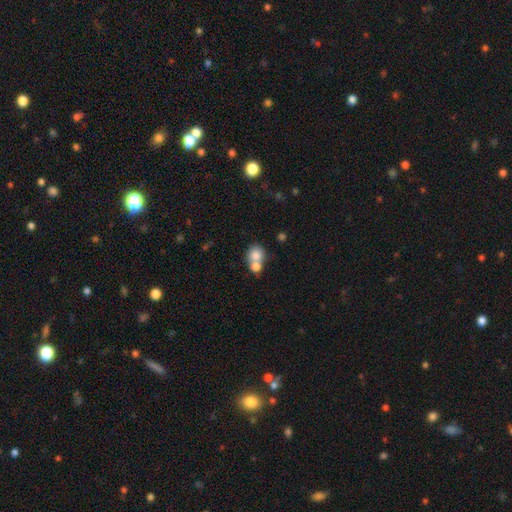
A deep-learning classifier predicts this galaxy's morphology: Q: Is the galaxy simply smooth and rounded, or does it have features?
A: smooth — 78%.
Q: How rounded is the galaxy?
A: round — 78%.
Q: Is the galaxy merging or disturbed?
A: merger — 58%.